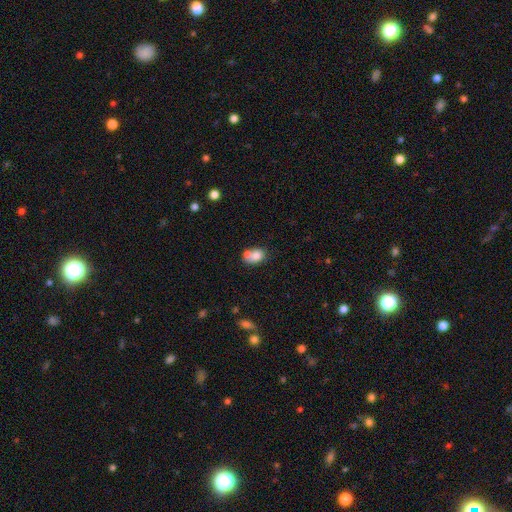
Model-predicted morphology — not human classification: Overall: smooth (76%). How rounded: in between (62%; round 37%). Merging: merger (54%; none 30%).